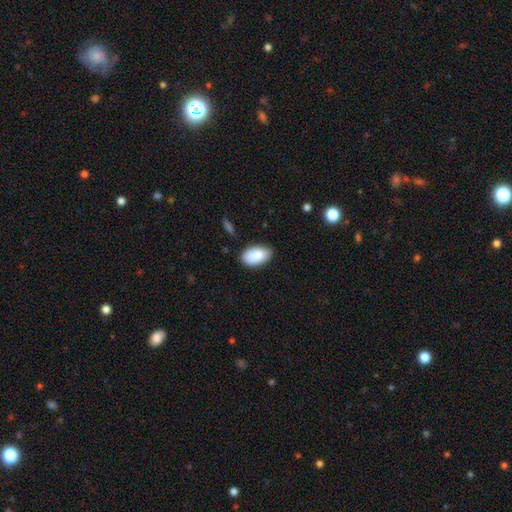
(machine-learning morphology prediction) Smooth or featured? smooth (87%)
How rounded? in between (94%)
Merging? none (80%)